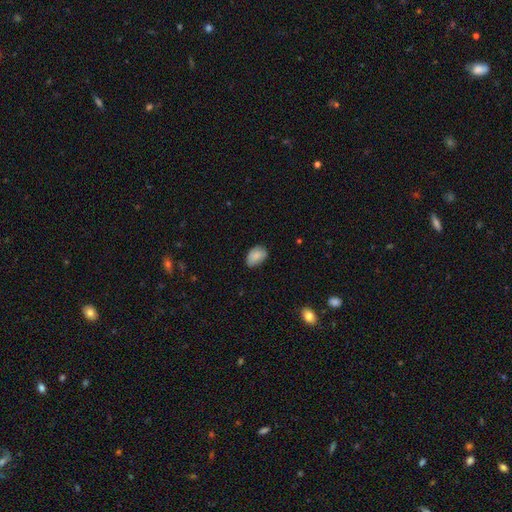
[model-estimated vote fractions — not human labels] This appears to be a smooth galaxy with no disk features (87%) that is in between round and cigar-shaped (87%). Merging: none (74%).